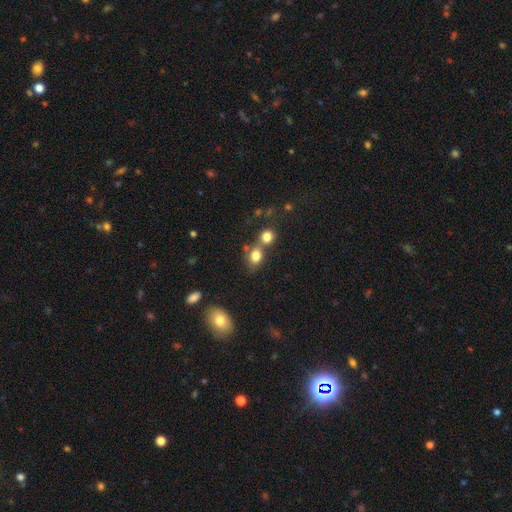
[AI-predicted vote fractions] smooth-or-featured: smooth: 81% | star or artifact: 11% | featured or disk: 9%
  how-rounded: in between: 57% | round: 42% | cigar-shaped: 2%
  merging: none: 45% | merger: 39% | minor disturbance: 11% | major disturbance: 5%